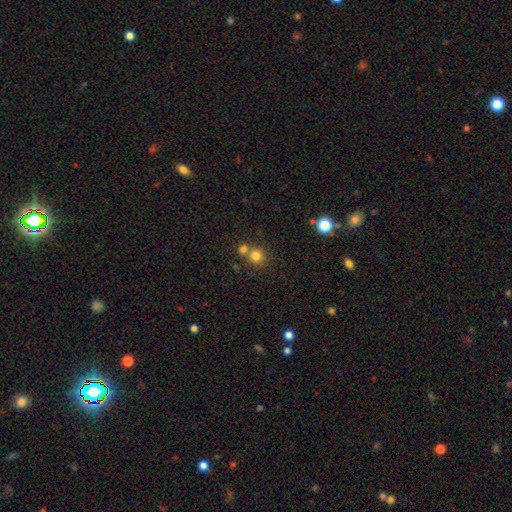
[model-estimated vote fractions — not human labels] Smooth or featured: smooth — 79% (star or artifact — 13%)
How rounded: round — 90% (in between — 9%)
Merging: none — 58% (merger — 32%)